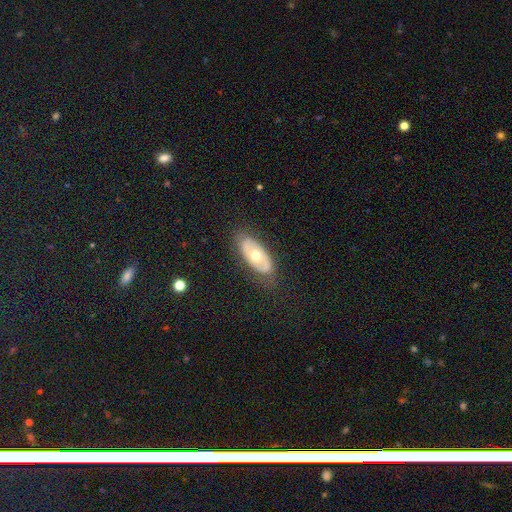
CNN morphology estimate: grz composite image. It shows a featured or disk galaxy (50%). Merging: none (82%).